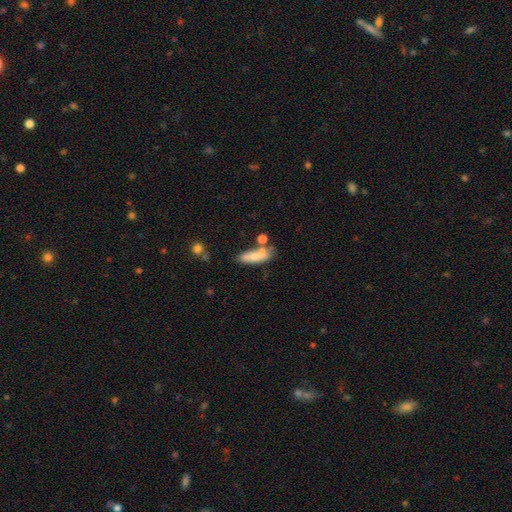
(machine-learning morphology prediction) smooth-or-featured: smooth: 73% | featured or disk: 20% | star or artifact: 7%
  how-rounded: in between: 61% | cigar-shaped: 36% | round: 3%
  merging: none: 46% | merger: 24% | minor disturbance: 21% | major disturbance: 9%